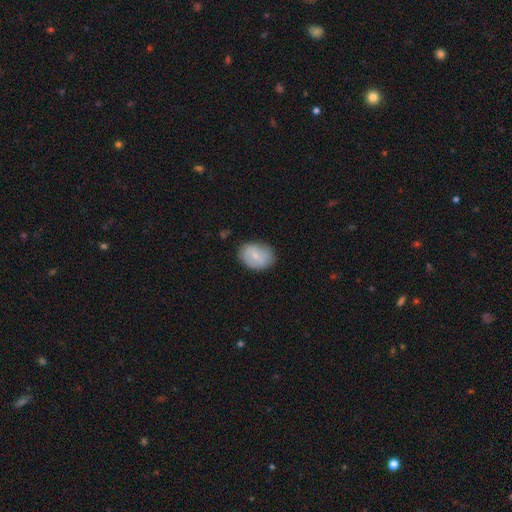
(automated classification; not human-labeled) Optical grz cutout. It shows a smooth galaxy with no disk features (60%) that is in between round and cigar-shaped (60%). Merging: none (75%).